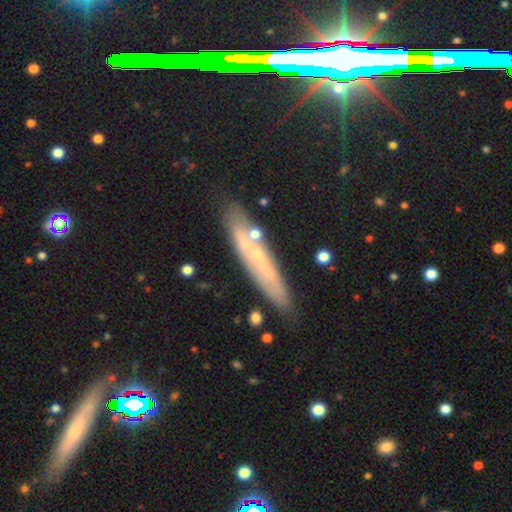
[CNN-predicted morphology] Smooth or featured: featured or disk — 54% (smooth — 33%)
Edge-on disk: yes — 67% (no — 33%)
Merging: none — 81% (minor disturbance — 13%)